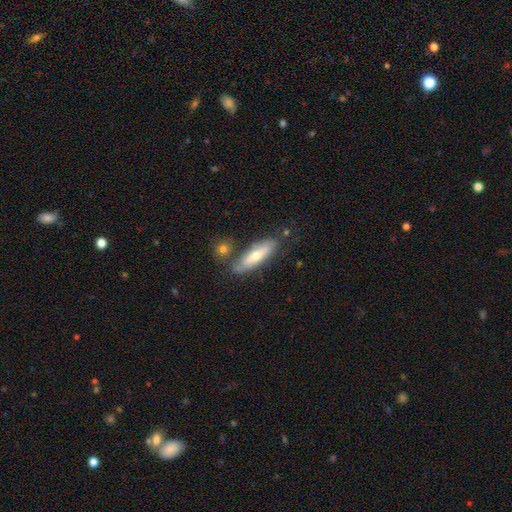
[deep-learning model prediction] This is possibly a smooth galaxy (52%). How rounded: possibly cigar-shaped (59%). Merging: likely none (71%).